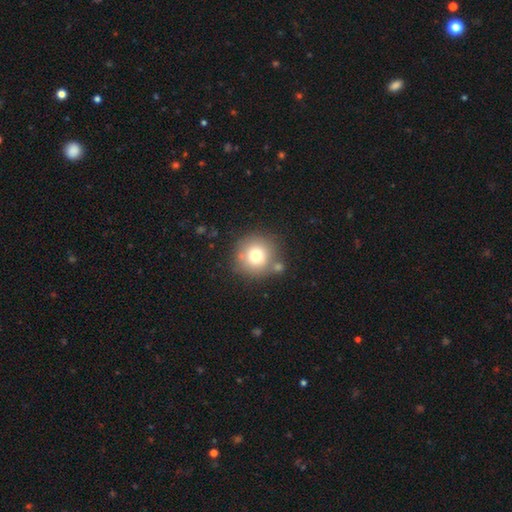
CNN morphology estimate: This appears to be a smooth galaxy with no disk features (74%) that is round (93%). Merging: none (74%).